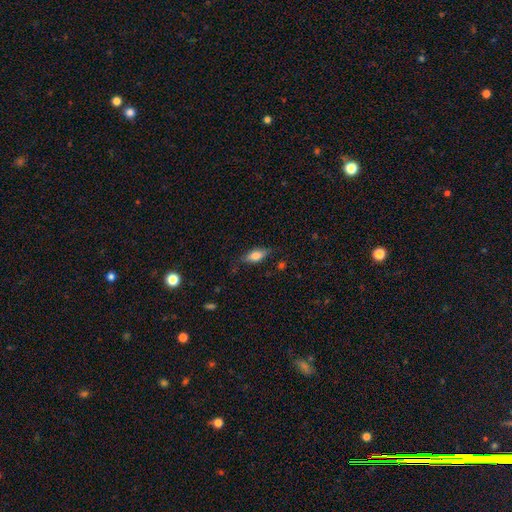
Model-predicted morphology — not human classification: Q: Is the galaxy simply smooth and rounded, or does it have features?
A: smooth — 68%.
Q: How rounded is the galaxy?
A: in between — 74%.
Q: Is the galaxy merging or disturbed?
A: none — 78%.